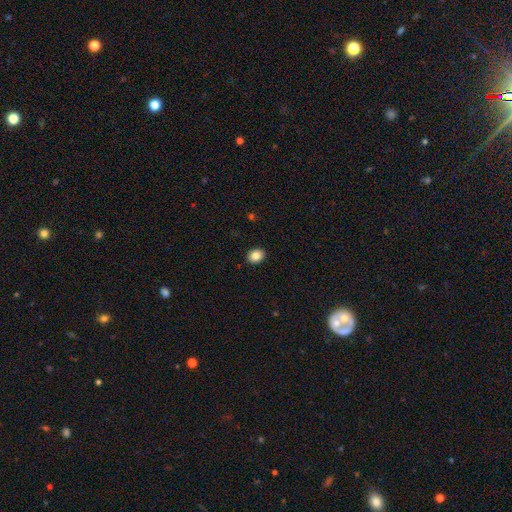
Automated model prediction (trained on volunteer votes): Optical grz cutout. It shows a smooth galaxy with no disk features (86%) that is round (53%). Merging: none (91%).